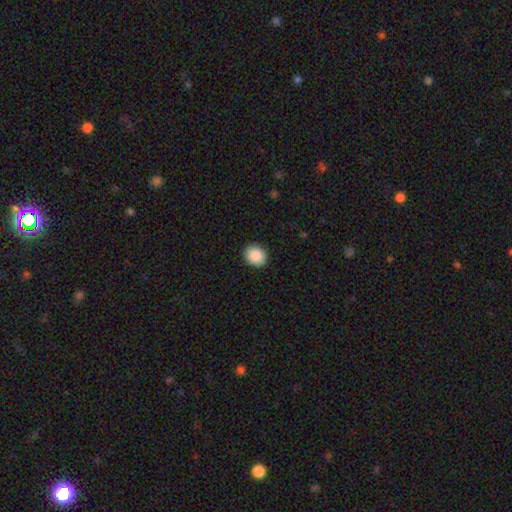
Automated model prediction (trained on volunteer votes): Smooth or featured?
  - smooth: 88% *
  - star or artifact: 8%
  - featured or disk: 4%
How rounded?
  - round: 69% *
  - in between: 30%
  - cigar-shaped: 1%
Merging?
  - none: 92% *
  - minor disturbance: 6%
  - major disturbance: 2%
  - merger: 1%